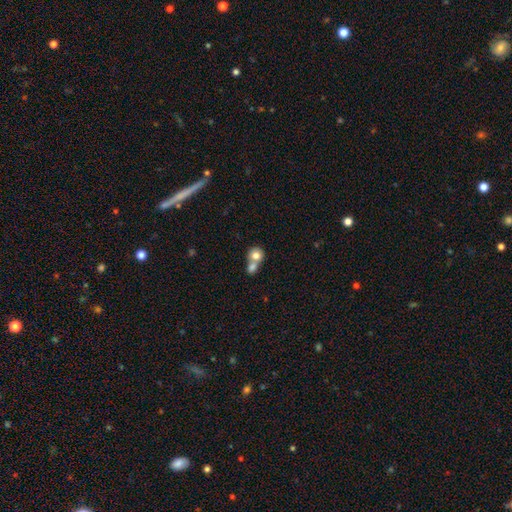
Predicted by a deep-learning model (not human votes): Smooth or featured? smooth (76%)
How rounded? round (77%)
Merging? merger (66%)